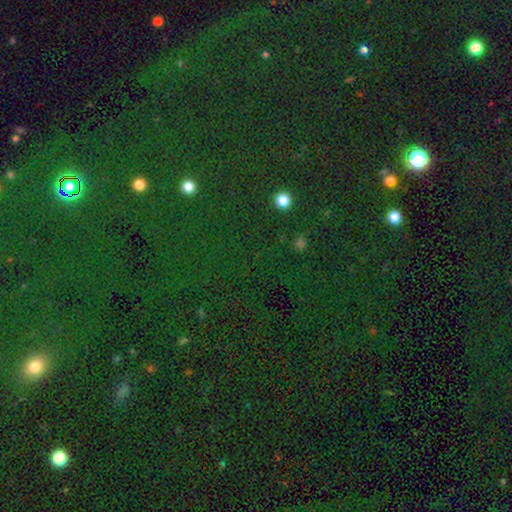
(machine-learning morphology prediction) Smooth or featured: star or artifact — 80% (smooth — 13%)